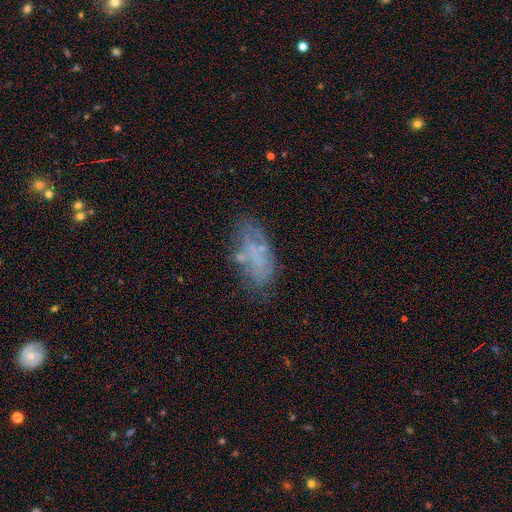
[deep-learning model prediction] Q: Smooth or featured?
A: featured or disk (45%); runner-up: smooth (40%)
Q: Merging?
A: none (56%); runner-up: minor disturbance (22%)